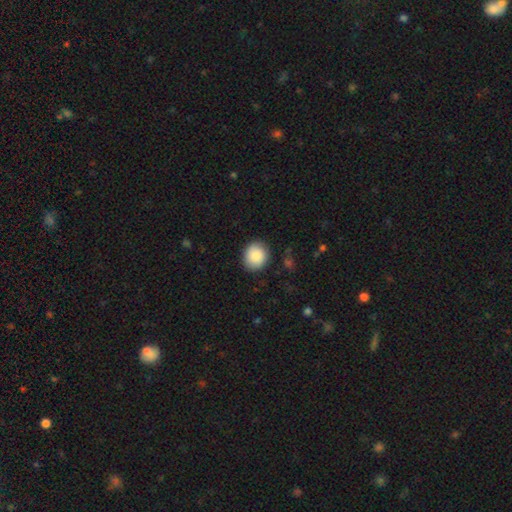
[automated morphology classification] Smooth or featured: smooth — 87% (star or artifact — 7%)
How rounded: round — 73% (in between — 26%)
Merging: none — 87% (minor disturbance — 9%)